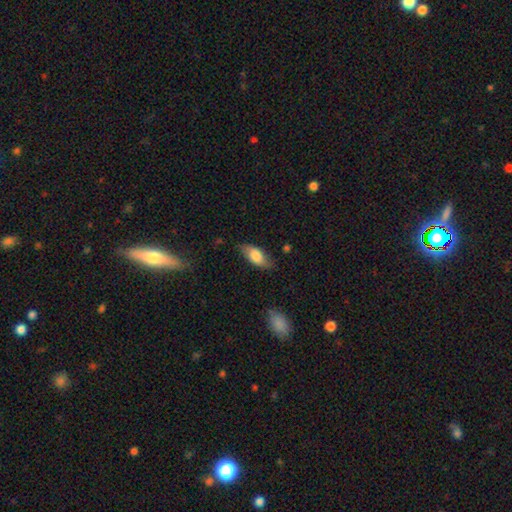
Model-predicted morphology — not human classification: Overall: smooth (75%). How rounded: in between (85%). Merging: none (74%).